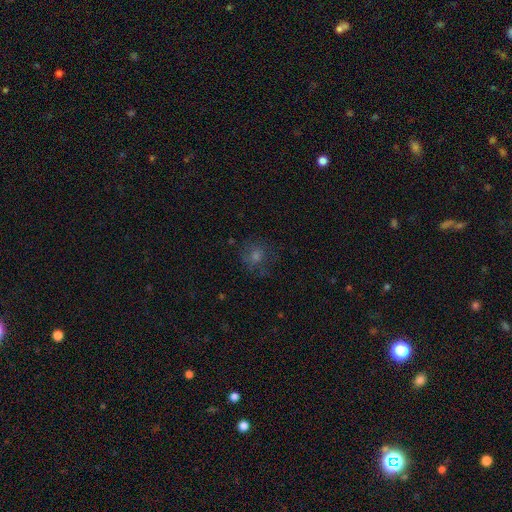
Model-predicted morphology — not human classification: A smooth galaxy with no disk features (51%) that is round (85%). Merging: none (75%).